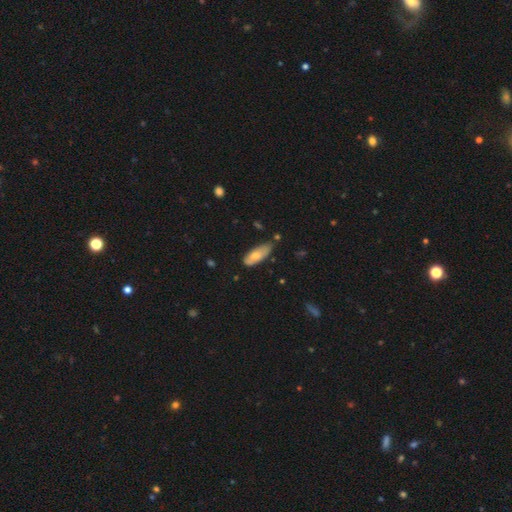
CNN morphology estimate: Smooth or featured? Predicted: smooth (p=0.72). How rounded? Predicted: in between (p=0.75). Merging? Predicted: none (p=0.62).